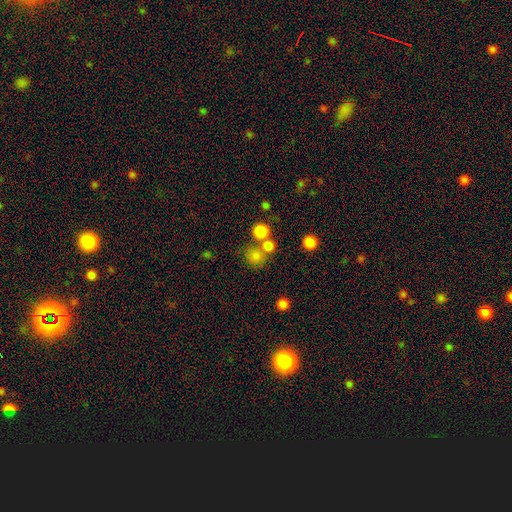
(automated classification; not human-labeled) A smooth galaxy with no disk features (76%) that is round (88%).

Vote fractions:
- Smooth or featured? smooth: 76% / star or artifact: 17% / featured or disk: 7%
- How rounded? round: 88% / in between: 11% / cigar-shaped: 1%
- Merging? none: 61% / merger: 27% / minor disturbance: 8% / major disturbance: 4%